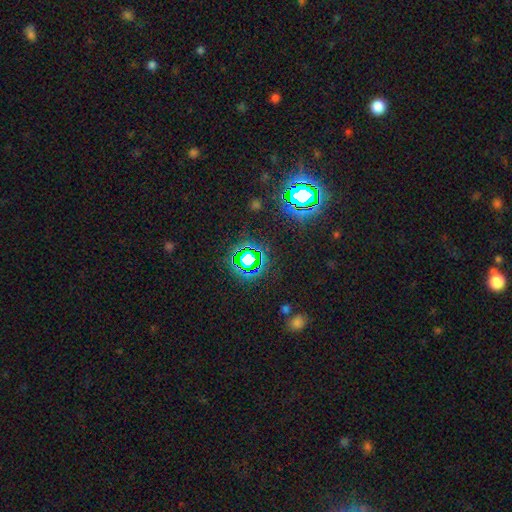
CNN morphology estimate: smooth_or_featured: star or artifact (p=0.77) [alt: smooth p=0.16]